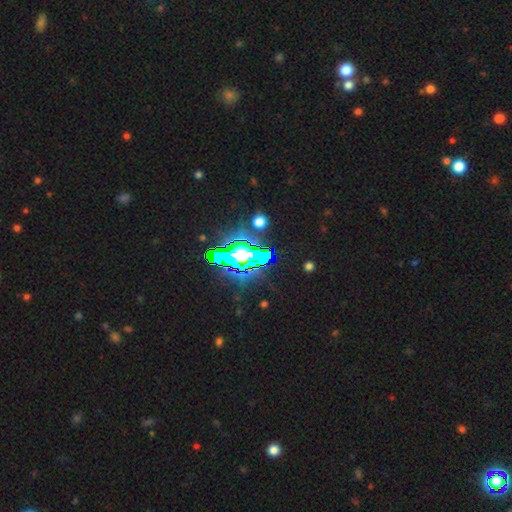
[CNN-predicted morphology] This is likely a star or artifact rather than a galaxy (68%).